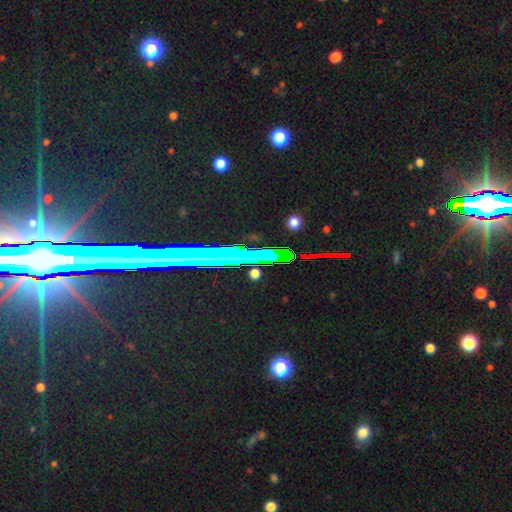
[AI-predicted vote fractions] Smooth or featured?
  - star or artifact: 81% *
  - featured or disk: 11%
  - smooth: 8%